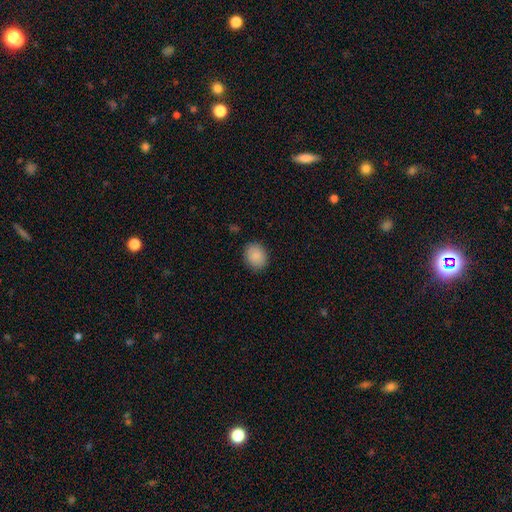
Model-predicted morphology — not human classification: A smooth galaxy with no disk features (89%) that is round (59%).

Vote fractions:
- Smooth or featured? smooth: 89% / star or artifact: 7% / featured or disk: 4%
- How rounded? round: 59% / in between: 40% / cigar-shaped: 1%
- Merging? none: 88% / minor disturbance: 8% / major disturbance: 2% / merger: 1%